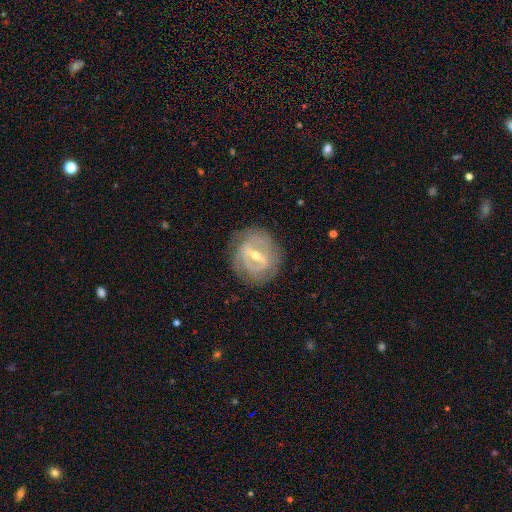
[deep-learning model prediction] This appears to be a featured or disk galaxy (83%) with a strong bar (57%), 2 (41%) tight (63%) spiral arms (77%) and a moderate central bulge (52%). Merging: none (78%).